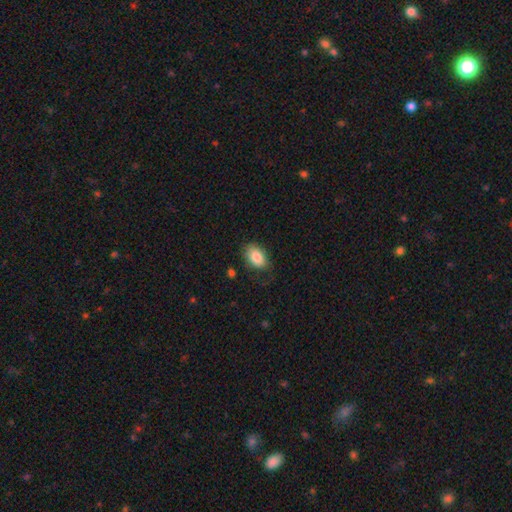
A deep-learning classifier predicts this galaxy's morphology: A smooth galaxy with no disk features (84%) that is in between round and cigar-shaped (89%).

Vote fractions:
- Smooth or featured? smooth: 84% / featured or disk: 8% / star or artifact: 7%
- How rounded? in between: 89% / round: 10% / cigar-shaped: 1%
- Merging? none: 72% / minor disturbance: 21% / major disturbance: 6% / merger: 2%